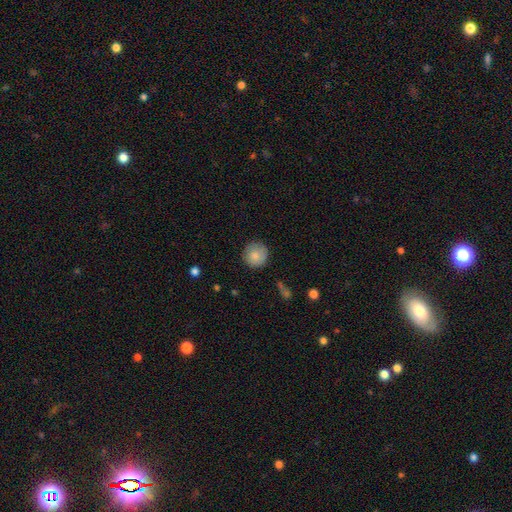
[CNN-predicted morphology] Smooth or featured: smooth — 84% (featured or disk — 8%)
How rounded: round — 94% (in between — 5%)
Merging: none — 86% (minor disturbance — 10%)